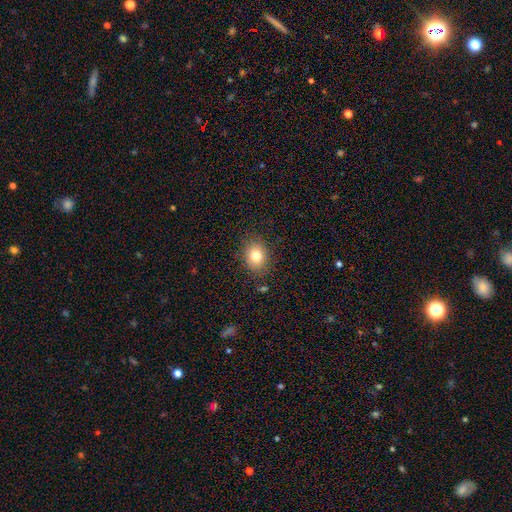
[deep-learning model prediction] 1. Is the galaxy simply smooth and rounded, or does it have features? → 79% smooth, 11% star or artifact, 10% featured or disk.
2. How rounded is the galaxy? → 50% round, 49% in between, 1% cigar-shaped.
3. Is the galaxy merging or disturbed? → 86% none, 10% minor disturbance, 3% major disturbance, 1% merger.